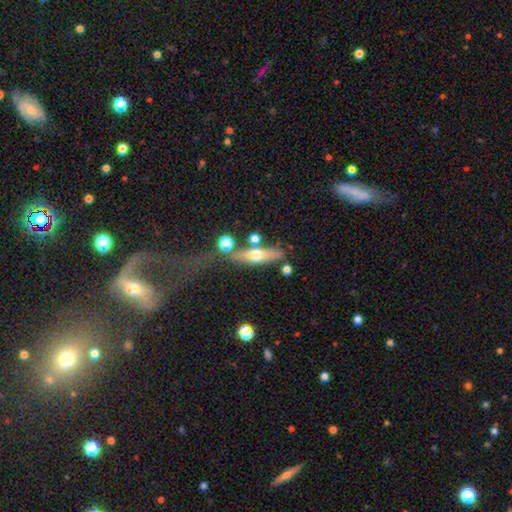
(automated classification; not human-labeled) featured or disk 48%, smooth 45%, star or artifact 7%. Down the decision tree: merging — none (66%).